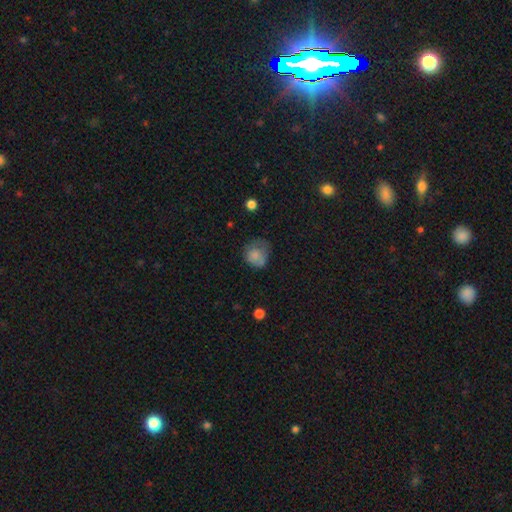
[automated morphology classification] smooth 74%, featured or disk 16%, star or artifact 10%. Down the decision tree: how rounded — round (72%); merging — none (43%).